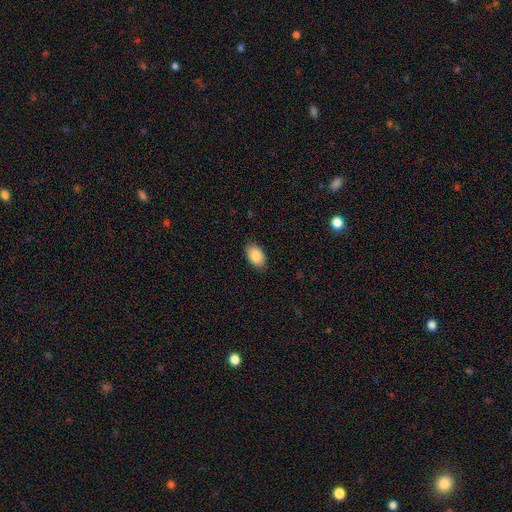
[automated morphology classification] smooth 88%, star or artifact 7%, featured or disk 5%. Down the decision tree: how rounded — in between (91%); merging — none (87%).